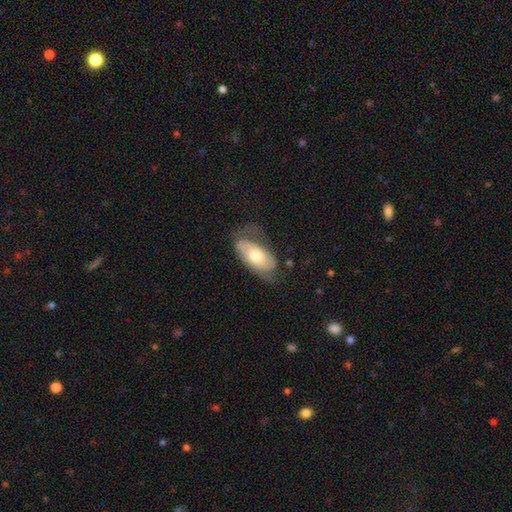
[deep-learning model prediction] Smooth or featured: featured or disk — 48% (smooth — 46%)
Merging: none — 51% (minor disturbance — 29%)